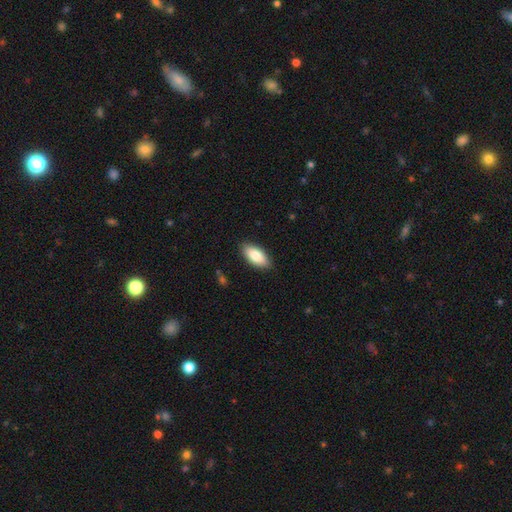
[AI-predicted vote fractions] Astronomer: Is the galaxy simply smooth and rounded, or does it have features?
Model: smooth — 85%.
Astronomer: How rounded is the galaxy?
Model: in between — 89%.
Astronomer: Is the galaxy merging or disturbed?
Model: none — 87%.